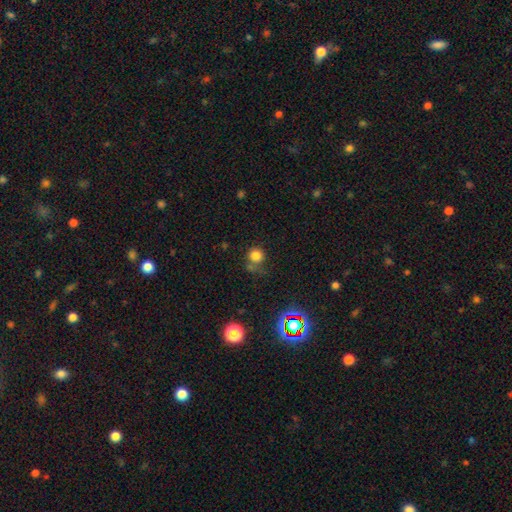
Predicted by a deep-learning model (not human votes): Overall: smooth (78%). How rounded: round (91%). Merging: none (62%).